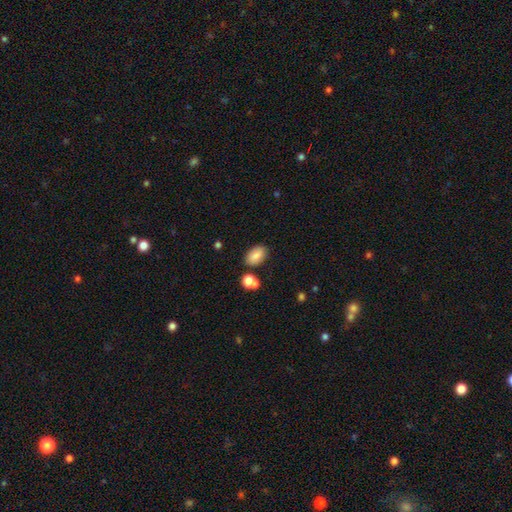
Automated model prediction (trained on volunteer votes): This appears to be a smooth galaxy with no disk features (84%) that is in between round and cigar-shaped (90%). Merging: none (76%).